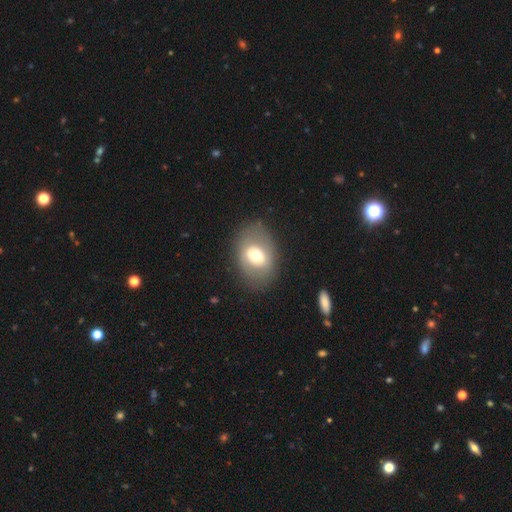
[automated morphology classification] The model was most divided on "smooth or featured": smooth: 56%, featured or disk: 36%, star or artifact: 8%. More confident: merging — none (80%); how rounded — in between (70%).